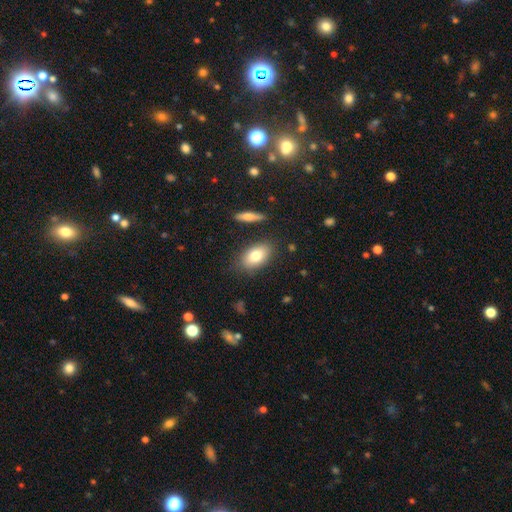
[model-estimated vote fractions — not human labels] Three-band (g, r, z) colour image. It shows a smooth galaxy with no disk features (78%) that is in between round and cigar-shaped (89%). Merging: none (82%).